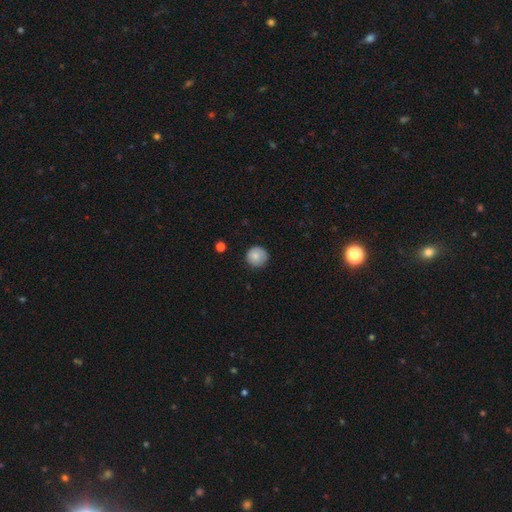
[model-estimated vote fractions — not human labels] Smooth or featured? smooth (83%)
How rounded? round (95%)
Merging? none (87%)